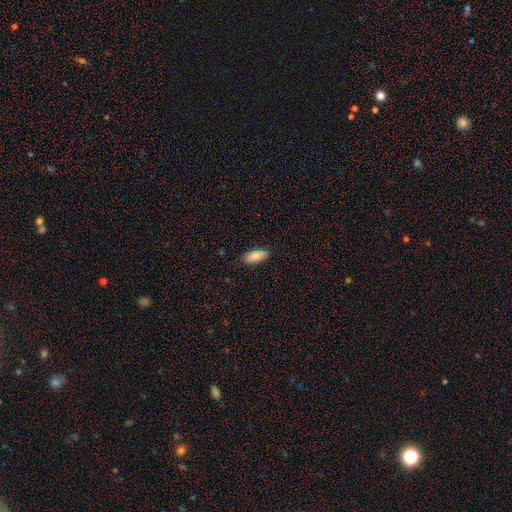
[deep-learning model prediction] The model was most divided on "how rounded": in between: 85%, cigar-shaped: 13%, round: 2%. More confident: smooth or featured — smooth (86%); merging — none (86%).